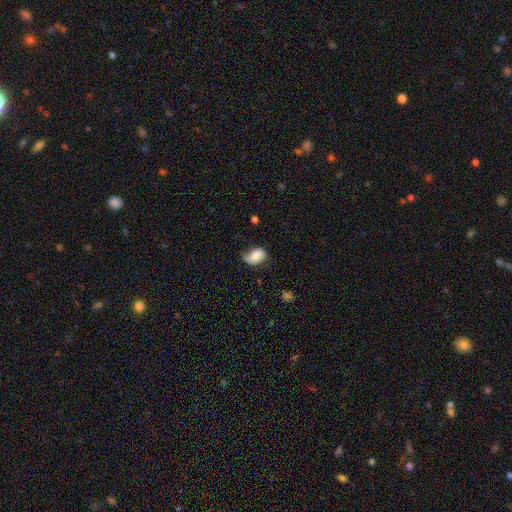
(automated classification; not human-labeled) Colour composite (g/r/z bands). It shows a smooth galaxy with no disk features (71%) that is in between round and cigar-shaped (81%). Merging: none (51%).